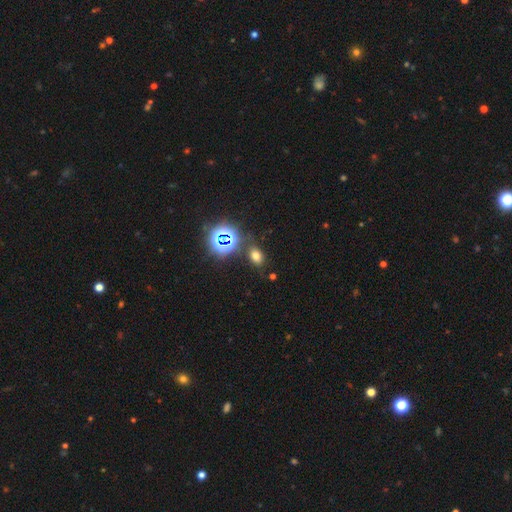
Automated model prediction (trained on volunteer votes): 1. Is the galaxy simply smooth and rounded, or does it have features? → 62% smooth, 30% star or artifact, 8% featured or disk.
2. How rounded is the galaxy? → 73% in between, 26% round, 2% cigar-shaped.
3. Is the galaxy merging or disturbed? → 79% none, 11% minor disturbance, 6% merger, 4% major disturbance.